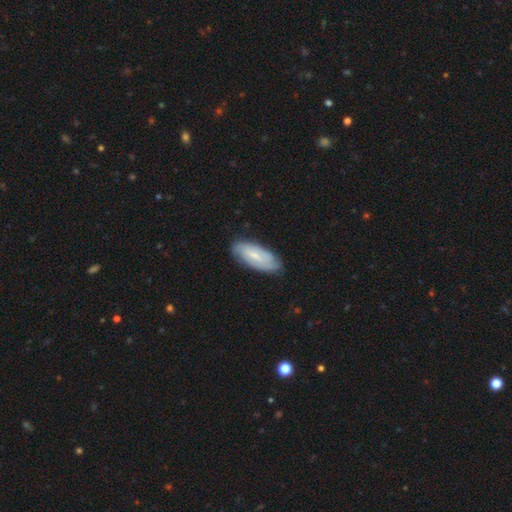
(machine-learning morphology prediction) Smooth or featured? featured or disk (49%)
Merging? none (78%)